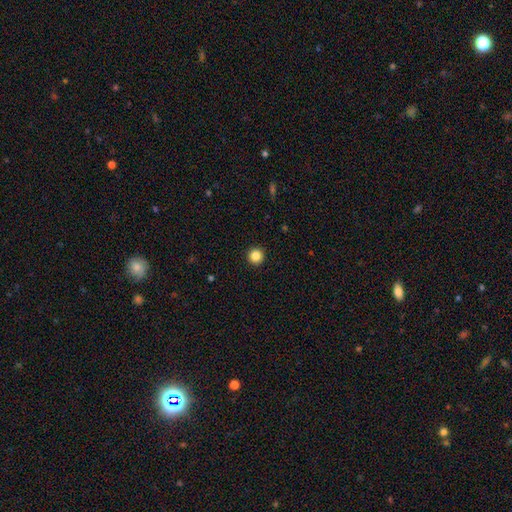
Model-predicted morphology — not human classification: type=smooth (86%); roundness=round (95%); merging=none (94%).